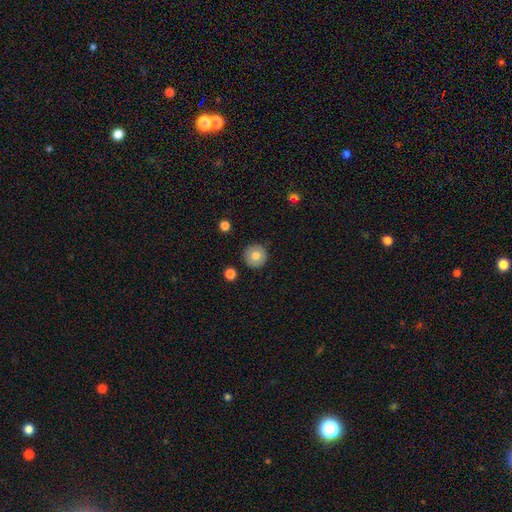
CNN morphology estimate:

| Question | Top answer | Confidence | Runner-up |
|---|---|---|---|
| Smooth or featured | smooth | 76% | featured or disk (16%) |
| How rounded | round | 95% | in between (4%) |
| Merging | none | 90% | minor disturbance (7%) |